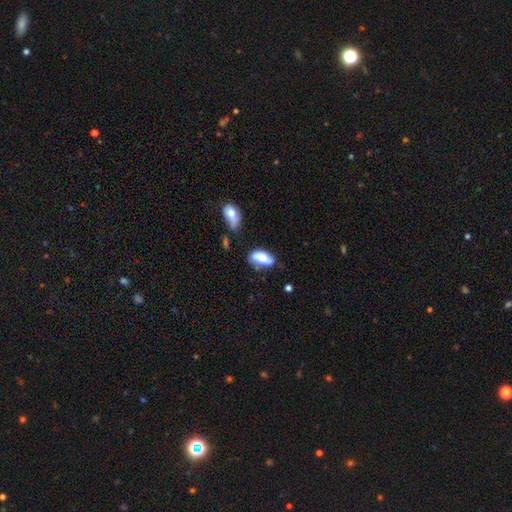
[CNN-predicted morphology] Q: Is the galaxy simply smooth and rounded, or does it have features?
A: smooth — 62%.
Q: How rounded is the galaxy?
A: in between — 92%.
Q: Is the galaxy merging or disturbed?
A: none — 50%.